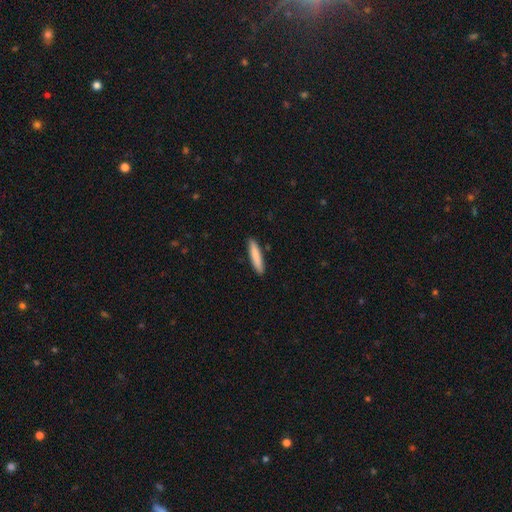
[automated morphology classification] This is clearly a smooth galaxy (84%). How rounded: clearly cigar-shaped (89%). Merging: clearly none (89%).